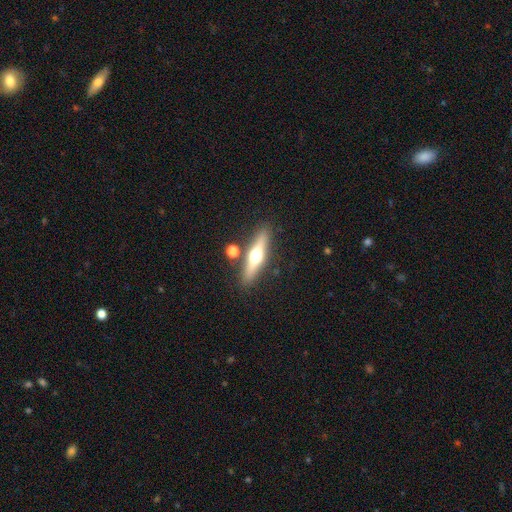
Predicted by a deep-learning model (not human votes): Smooth or featured: featured or disk — 62% (smooth — 32%)
Edge-on disk: yes — 94% (no — 6%)
Edge-on bulge: rounded — 95% (none — 2%)
Merging: none — 83% (minor disturbance — 9%)